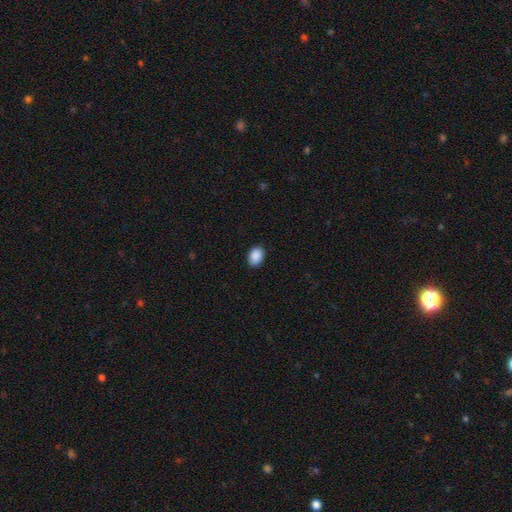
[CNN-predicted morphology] smooth_or_featured: smooth (p=0.90) [alt: star or artifact p=0.08]
how_rounded: in between (p=0.77) [alt: round p=0.22]
merging: none (p=0.88) [alt: minor disturbance p=0.09]